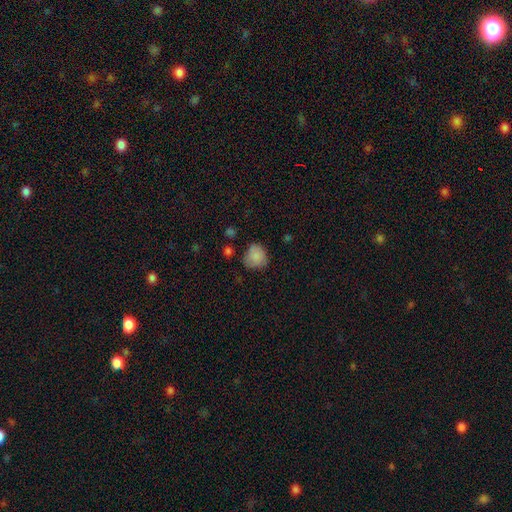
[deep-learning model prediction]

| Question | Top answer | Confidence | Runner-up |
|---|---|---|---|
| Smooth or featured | smooth | 83% | star or artifact (9%) |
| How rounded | round | 76% | in between (23%) |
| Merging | none | 64% | minor disturbance (26%) |